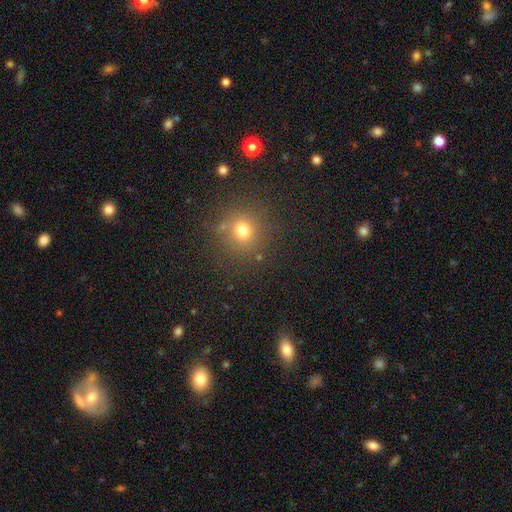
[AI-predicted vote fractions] A smooth galaxy with no disk features (57%) that is round (93%).

Vote fractions:
- Smooth or featured? smooth: 57% / star or artifact: 35% / featured or disk: 8%
- How rounded? round: 93% / in between: 6% / cigar-shaped: 1%
- Merging? none: 89% / minor disturbance: 6% / major disturbance: 2% / merger: 2%